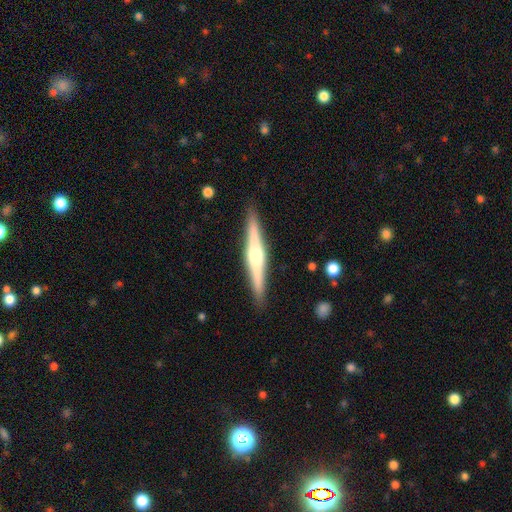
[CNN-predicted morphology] Smooth or featured: featured or disk — 72% (smooth — 22%)
Edge-on disk: yes — 98% (no — 2%)
Edge-on bulge: rounded — 85% (boxy — 9%)
Merging: none — 91% (minor disturbance — 7%)